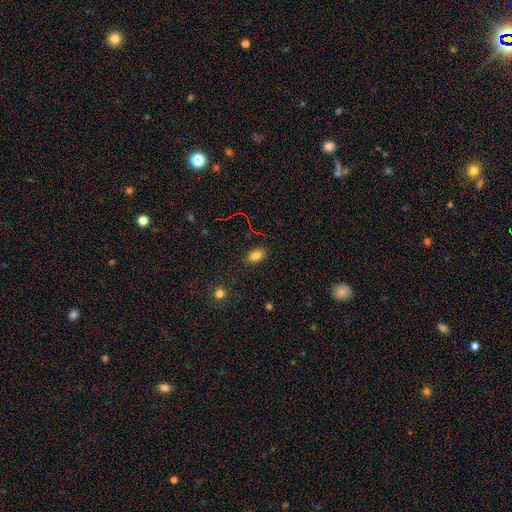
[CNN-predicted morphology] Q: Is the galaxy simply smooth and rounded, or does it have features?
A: smooth — 80%.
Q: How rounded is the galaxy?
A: in between — 83%.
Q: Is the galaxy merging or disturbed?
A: none — 85%.